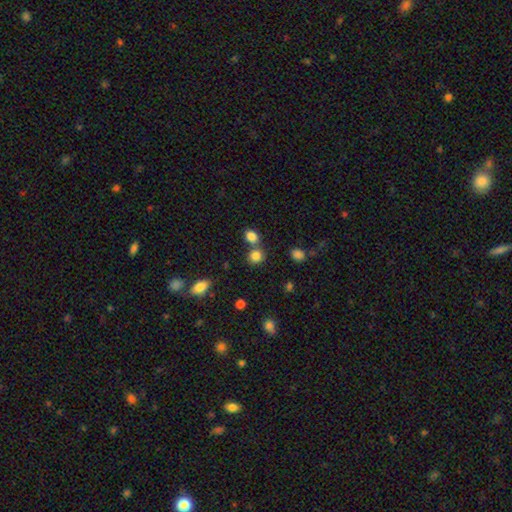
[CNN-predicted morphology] This is clearly a smooth galaxy (82%). How rounded: likely round (79%). Merging: likely none (62%).